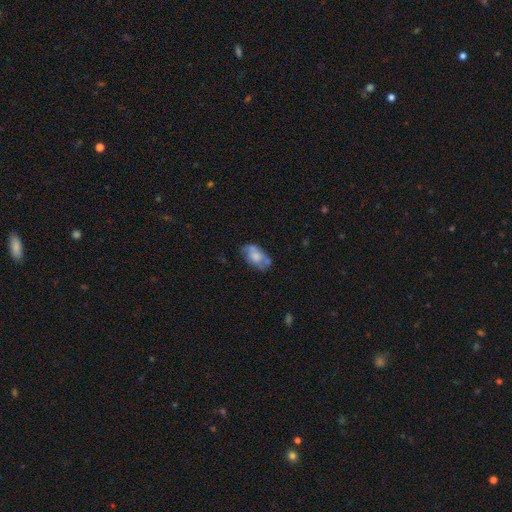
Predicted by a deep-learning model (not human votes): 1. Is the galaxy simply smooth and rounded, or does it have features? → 58% smooth, 34% featured or disk, 8% star or artifact.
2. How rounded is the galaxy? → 91% in between, 7% round, 3% cigar-shaped.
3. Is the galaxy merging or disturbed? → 50% none, 29% minor disturbance, 11% major disturbance, 10% merger.